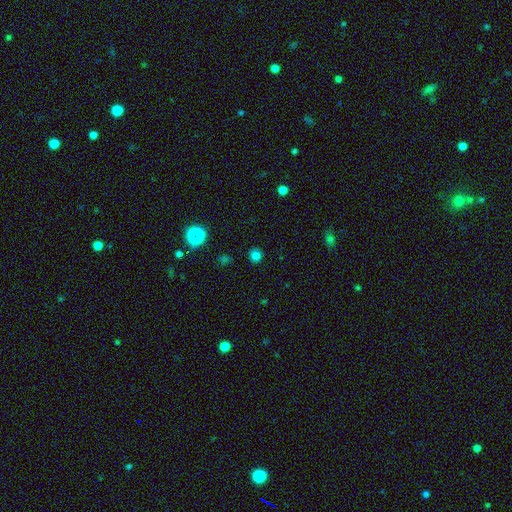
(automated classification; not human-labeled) This is likely a smooth galaxy (79%). How rounded: clearly round (92%). Merging: clearly none (90%).